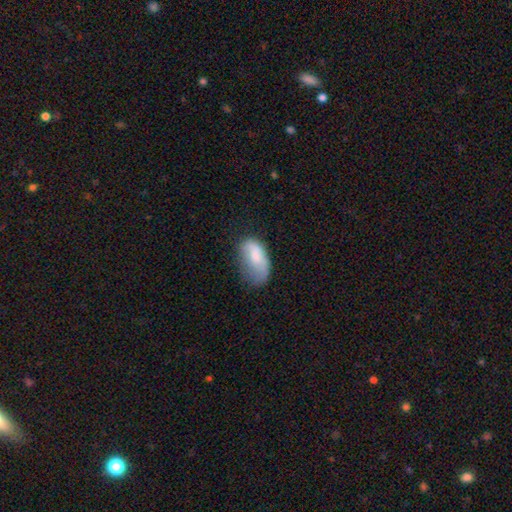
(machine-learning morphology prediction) smooth 74%, featured or disk 19%, star or artifact 7%. Down the decision tree: how rounded — in between (93%); merging — minor disturbance (37%).